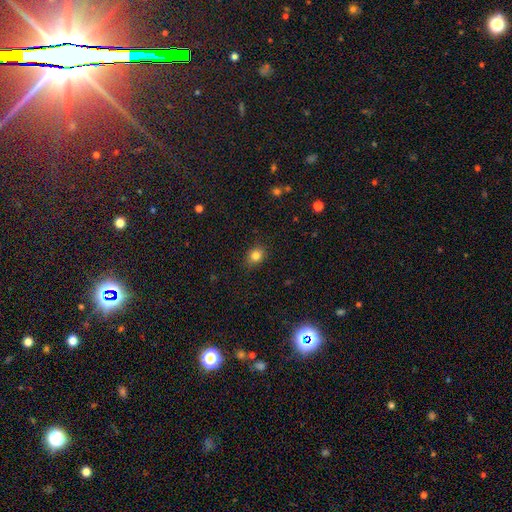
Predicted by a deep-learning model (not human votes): A smooth galaxy with no disk features (82%) that is round (59%). Merging: none (85%).